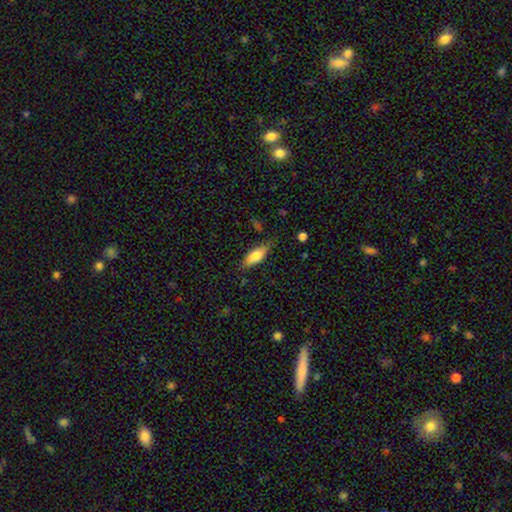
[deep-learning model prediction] smooth_or_featured: smooth (p=0.77) [alt: featured or disk p=0.17]
how_rounded: in between (p=0.72) [alt: cigar-shaped p=0.26]
merging: none (p=0.75) [alt: minor disturbance p=0.19]